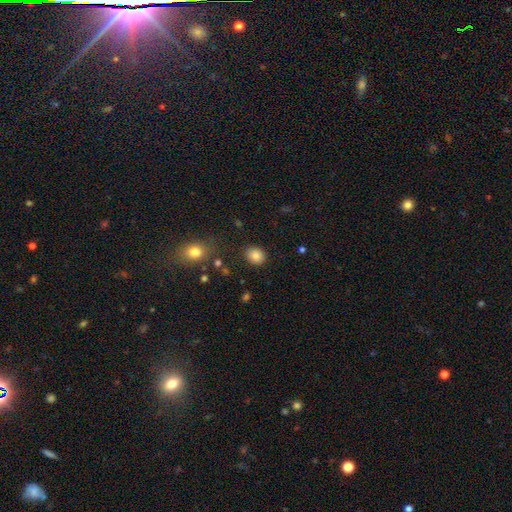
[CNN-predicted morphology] Overall: smooth (83%). How rounded: round (63%; in between 36%). Merging: none (86%).